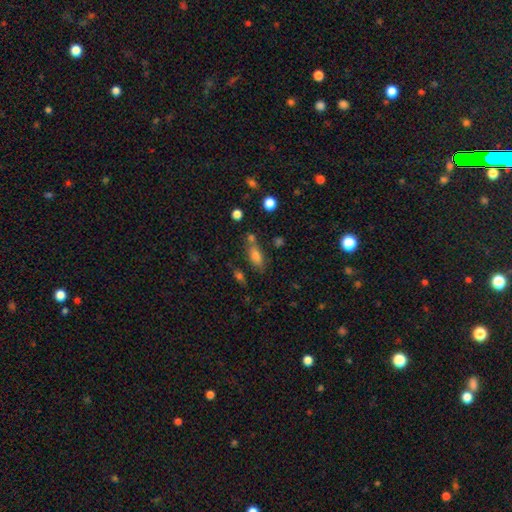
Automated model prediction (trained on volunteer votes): A smooth galaxy with no disk features (73%) that is in between round and cigar-shaped (76%).

Vote fractions:
- Smooth or featured? smooth: 73% / featured or disk: 14% / star or artifact: 13%
- How rounded? in between: 76% / cigar-shaped: 18% / round: 6%
- Merging? none: 59% / merger: 19% / minor disturbance: 16% / major disturbance: 6%